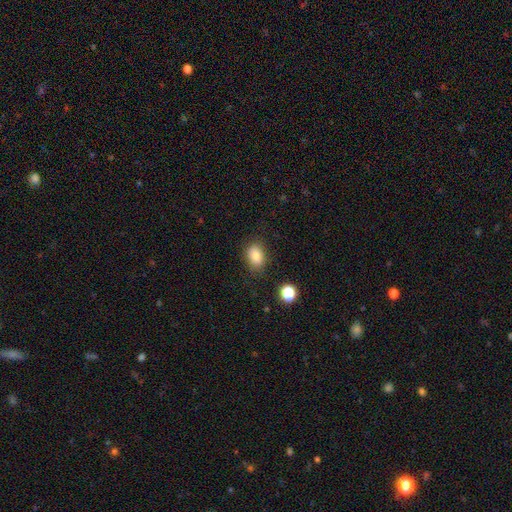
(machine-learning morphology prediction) This appears to be a smooth galaxy with no disk features (80%) that is in between round and cigar-shaped (76%). Merging: none (81%).